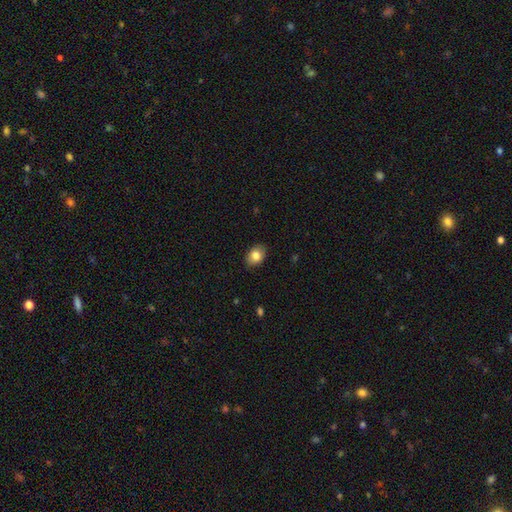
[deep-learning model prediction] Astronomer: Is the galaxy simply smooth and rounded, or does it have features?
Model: smooth — 82%.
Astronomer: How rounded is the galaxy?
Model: in between — 78%.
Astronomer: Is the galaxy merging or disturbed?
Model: none — 86%.